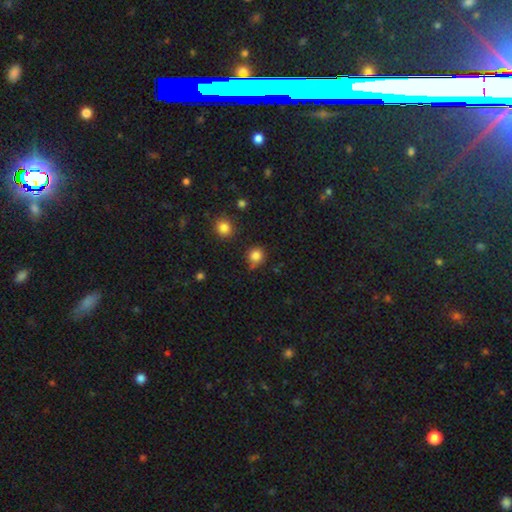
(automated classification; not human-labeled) smooth 84%, star or artifact 12%, featured or disk 4%. Down the decision tree: how rounded — round (90%); merging — none (74%).